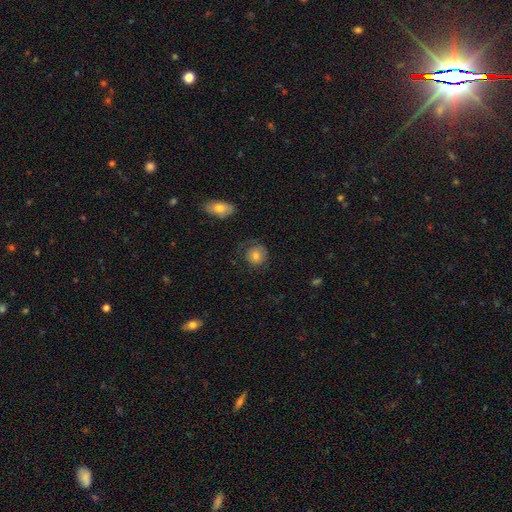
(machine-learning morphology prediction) Overall: smooth (76%). How rounded: round (86%). Merging: none (67%).